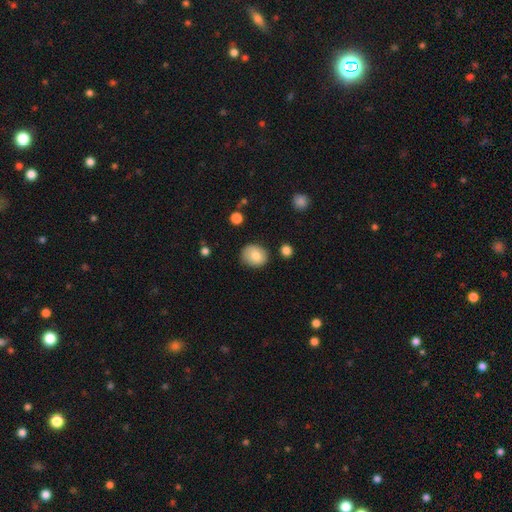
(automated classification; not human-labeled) Q: Smooth or featured?
A: smooth (78%); runner-up: featured or disk (13%)
Q: How rounded?
A: round (70%); runner-up: in between (29%)
Q: Merging?
A: none (81%); runner-up: minor disturbance (14%)